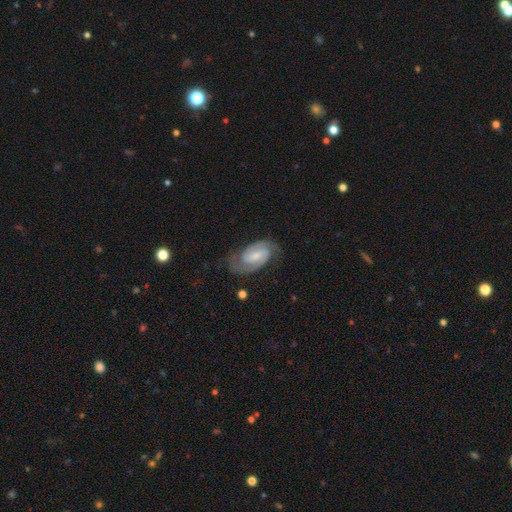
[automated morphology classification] This appears to be a featured or disk galaxy (86%) with a weak bar (50%), 2 (91%) medium (46%, tied with tight) spiral arms (97%) and a small central bulge (50%). Merging: none (77%).